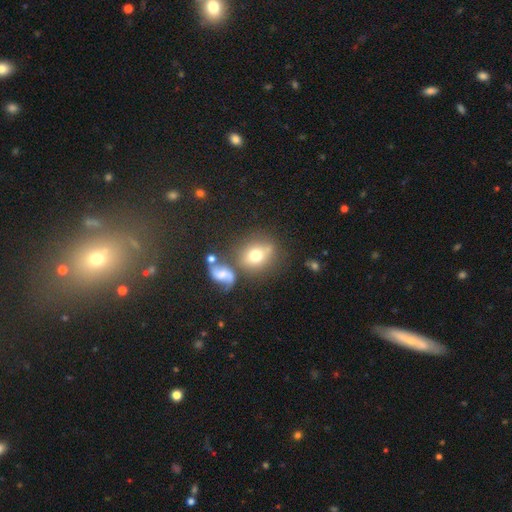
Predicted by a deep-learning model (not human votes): smooth-or-featured: smooth: 63% | featured or disk: 27% | star or artifact: 11%
  how-rounded: round: 64% | in between: 33% | cigar-shaped: 2%
  merging: none: 58% | merger: 19% | minor disturbance: 15% | major disturbance: 7%